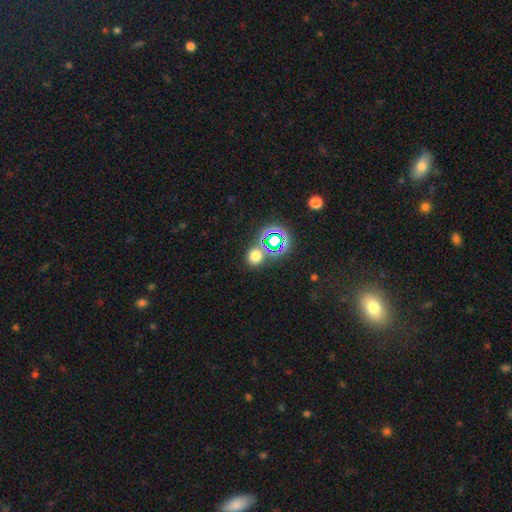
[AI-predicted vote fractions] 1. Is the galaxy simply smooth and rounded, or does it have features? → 64% smooth, 30% star or artifact, 6% featured or disk.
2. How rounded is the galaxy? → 77% round, 22% in between, 1% cigar-shaped.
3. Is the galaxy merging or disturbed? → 75% none, 13% merger, 9% minor disturbance, 4% major disturbance.